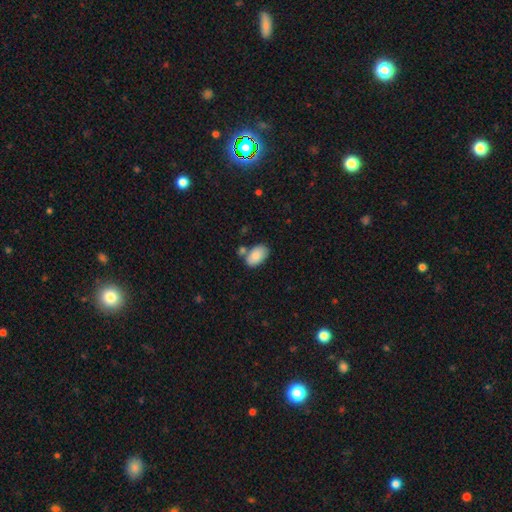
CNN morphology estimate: A smooth galaxy with no disk features (85%) that is in between round and cigar-shaped (93%). Merging: none (64%).